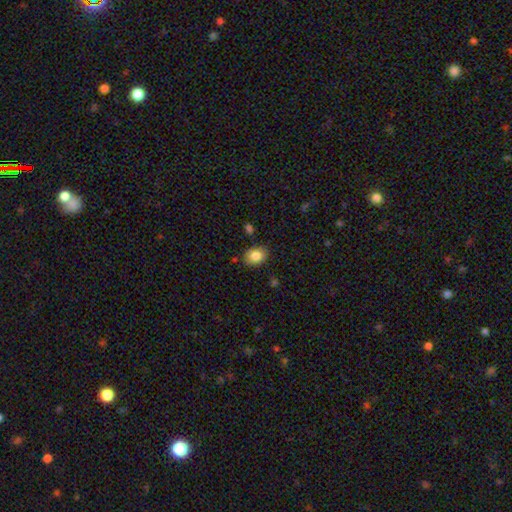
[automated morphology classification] The model was most divided on "how rounded": in between: 62%, round: 37%, cigar-shaped: 1%. More confident: smooth or featured — smooth (84%); merging — none (83%).